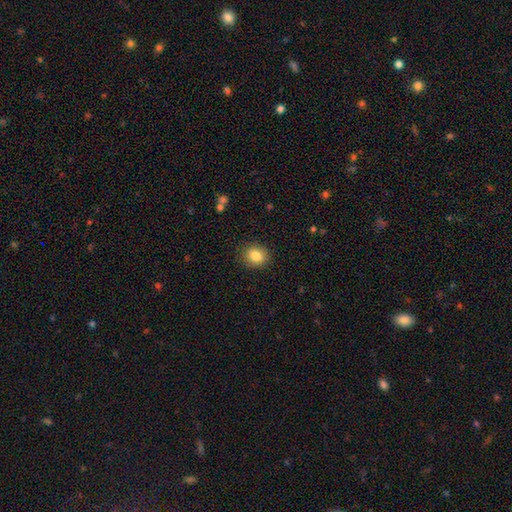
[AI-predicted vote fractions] Smooth or featured? Predicted: smooth (p=0.83). How rounded? Predicted: round (p=0.67). Merging? Predicted: none (p=0.88).